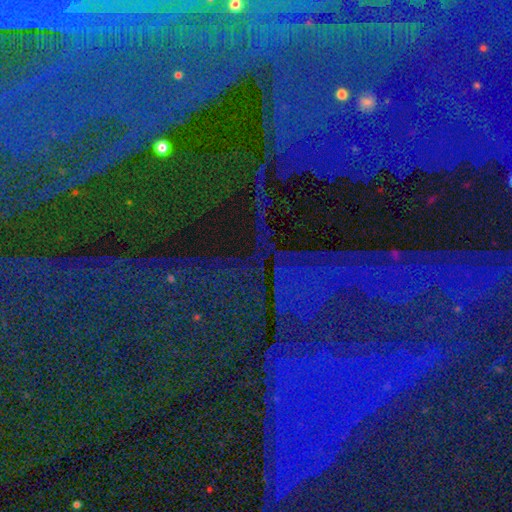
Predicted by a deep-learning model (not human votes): Smooth or featured? star or artifact (82%)